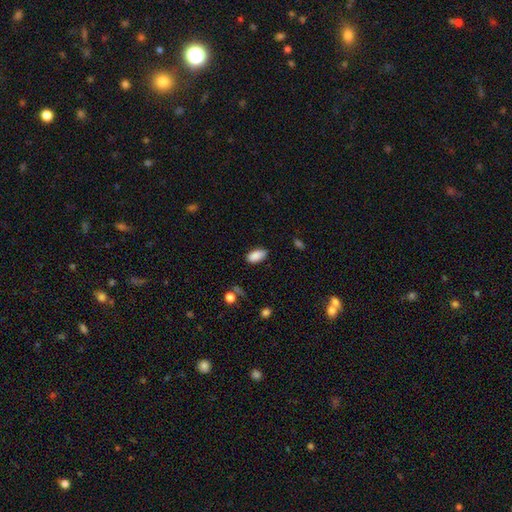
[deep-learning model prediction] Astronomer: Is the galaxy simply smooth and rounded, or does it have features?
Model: smooth — 88%.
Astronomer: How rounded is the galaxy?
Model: in between — 92%.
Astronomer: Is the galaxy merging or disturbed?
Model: none — 83%.